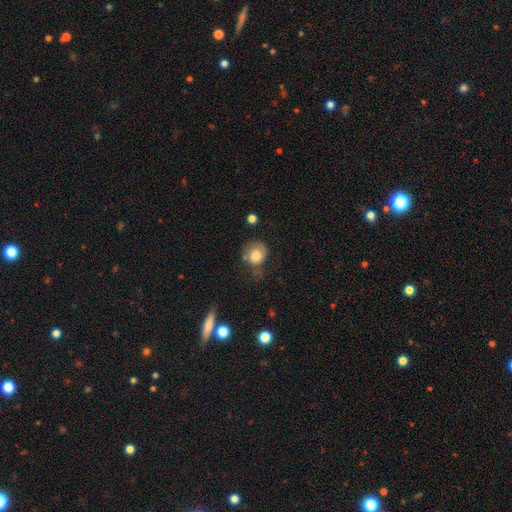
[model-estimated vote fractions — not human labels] Overall: smooth (78%). How rounded: round (76%). Merging: none (46%; minor disturbance 31%).